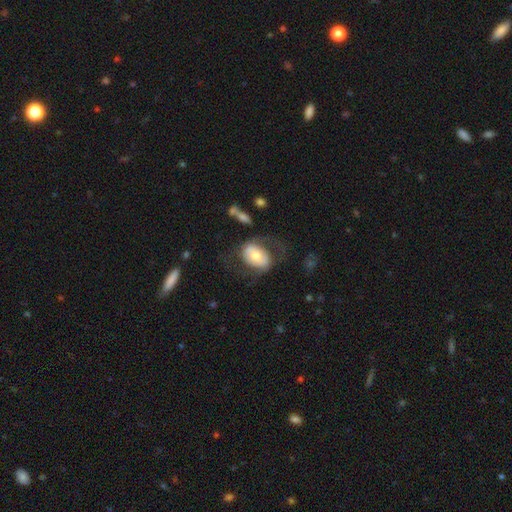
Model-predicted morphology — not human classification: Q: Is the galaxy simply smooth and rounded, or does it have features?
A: smooth — 52%.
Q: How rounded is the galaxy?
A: in between — 78%.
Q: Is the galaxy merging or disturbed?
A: none — 51%.